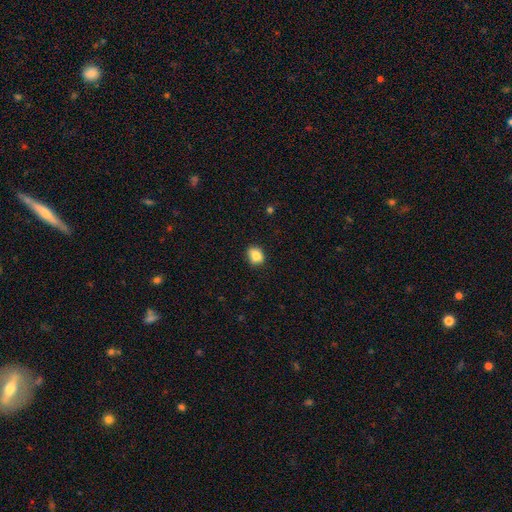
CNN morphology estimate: A smooth galaxy with no disk features (83%) that is round (50%).

Vote fractions:
- Smooth or featured? smooth: 83% / star or artifact: 9% / featured or disk: 8%
- How rounded? round: 50% / in between: 48% / cigar-shaped: 1%
- Merging? none: 85% / minor disturbance: 12% / major disturbance: 2% / merger: 1%